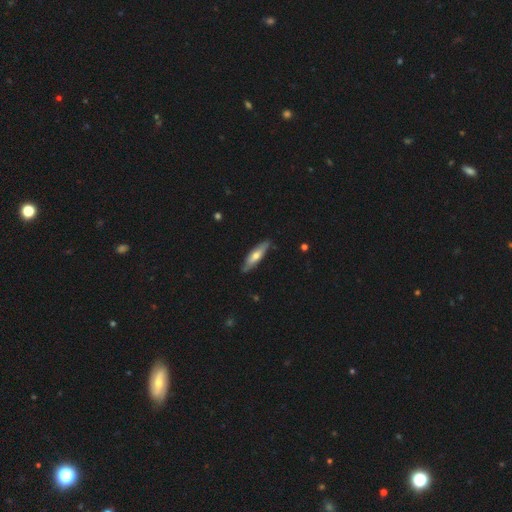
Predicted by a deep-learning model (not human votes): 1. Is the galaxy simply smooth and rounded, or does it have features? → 52% smooth, 42% featured or disk, 5% star or artifact.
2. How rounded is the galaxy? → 68% cigar-shaped, 31% in between, 2% round.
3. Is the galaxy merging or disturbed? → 84% none, 13% minor disturbance, 2% major disturbance, 1% merger.